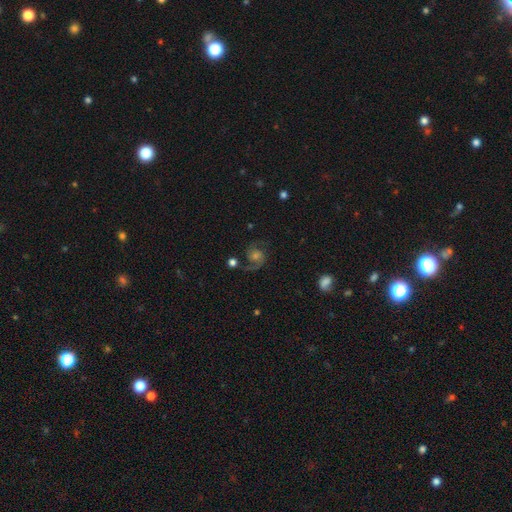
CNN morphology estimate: Smooth or featured?
  - featured or disk: 79% *
  - smooth: 11%
  - star or artifact: 10%
Edge-on disk?
  - no: 98% *
  - yes: 2%
Bar?
  - no: 66% *
  - weak: 29%
  - strong: 5%
Spiral arms?
  - yes: 96% *
  - no: 4%
Spiral winding?
  - medium: 52% *
  - loose: 26%
  - tight: 22%
Spiral arm count?
  - 2: 80% *
  - 1: 12%
  - can't tell: 4%
  - 3: 2%
  - 4: 1%
  - more than 4: 1%
Bulge size?
  - moderate: 44% *
  - small: 40%
  - large: 7%
  - none: 6%
  - dominant: 2%
Merging?
  - none: 69% *
  - minor disturbance: 15%
  - major disturbance: 12%
  - merger: 4%